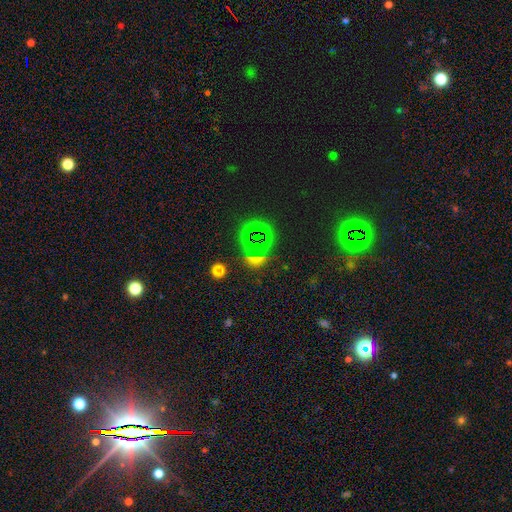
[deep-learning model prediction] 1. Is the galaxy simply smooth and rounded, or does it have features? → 64% star or artifact, 27% smooth, 10% featured or disk.